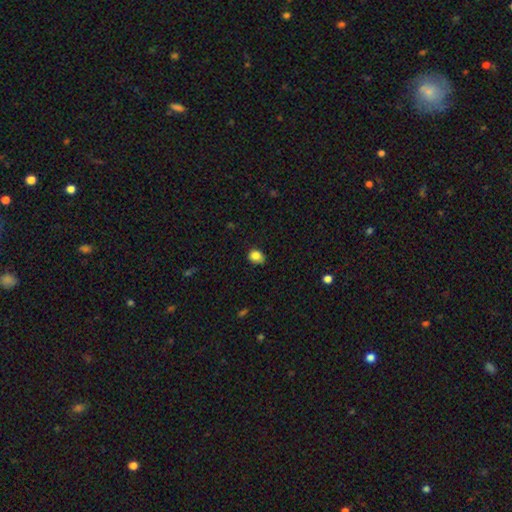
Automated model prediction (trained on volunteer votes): smooth_or_featured: smooth (p=0.85) [alt: star or artifact p=0.10]
how_rounded: round (p=0.53) [alt: in between p=0.46]
merging: none (p=0.66) [alt: minor disturbance p=0.27]